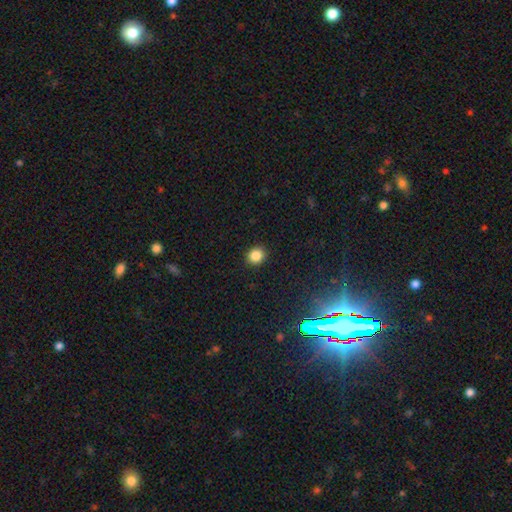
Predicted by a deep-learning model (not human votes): This is clearly a smooth galaxy (85%). How rounded: likely round (77%). Merging: clearly none (91%).